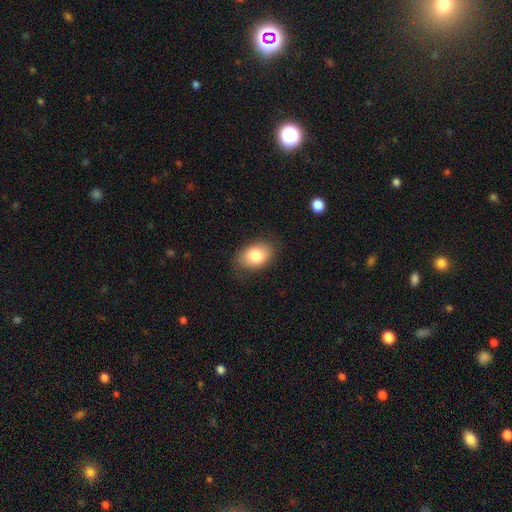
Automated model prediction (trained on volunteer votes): Overall: smooth (81%). How rounded: in between (82%). Merging: none (79%).